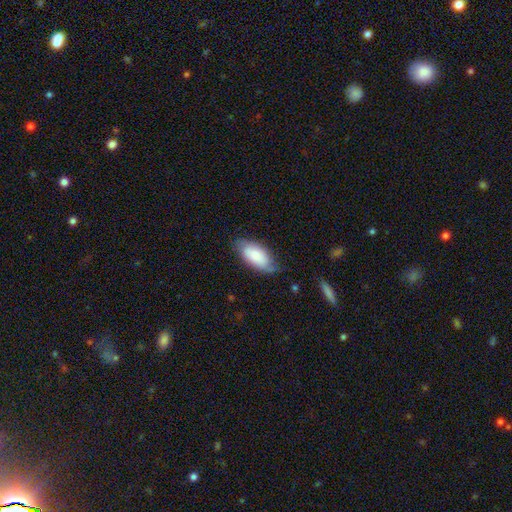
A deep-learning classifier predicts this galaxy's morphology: smooth_or_featured: smooth (p=0.72) [alt: featured or disk p=0.22]
how_rounded: in between (p=0.92) [alt: cigar-shaped p=0.06]
merging: none (p=0.66) [alt: minor disturbance p=0.27]